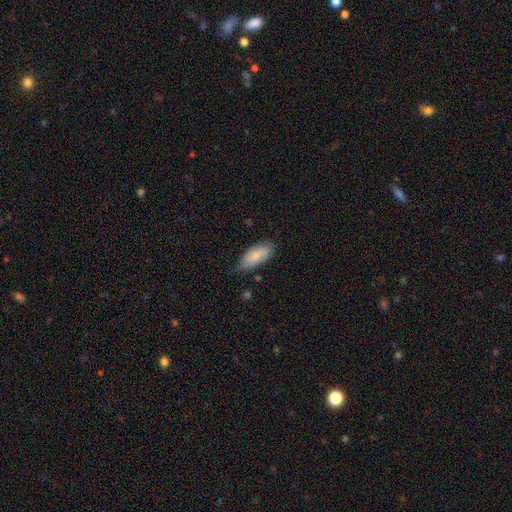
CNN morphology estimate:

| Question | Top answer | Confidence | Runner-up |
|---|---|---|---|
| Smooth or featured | smooth | 80% | featured or disk (14%) |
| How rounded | in between | 85% | cigar-shaped (13%) |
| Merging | none | 71% | minor disturbance (24%) |